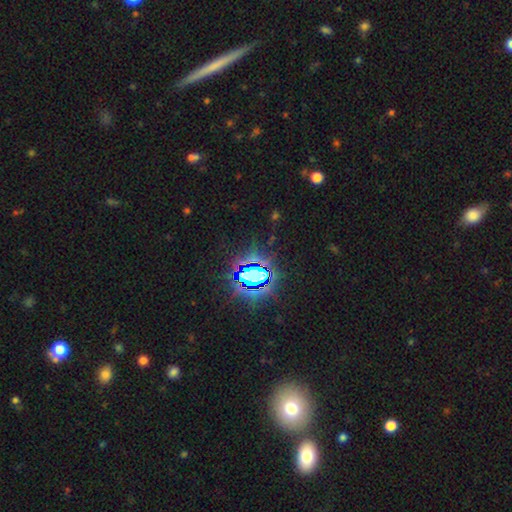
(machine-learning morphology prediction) A star or artifact, not a galaxy (81%).

Vote fractions:
- Smooth or featured? star or artifact: 81% / smooth: 11% / featured or disk: 8%